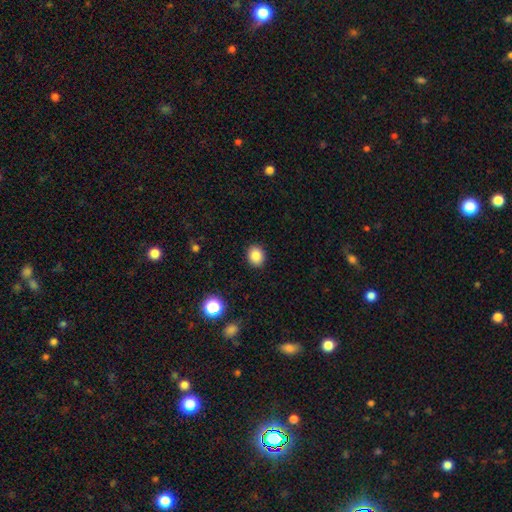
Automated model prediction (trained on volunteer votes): smooth 86%, star or artifact 10%, featured or disk 4%. Down the decision tree: how rounded — round (62%); merging — none (90%).